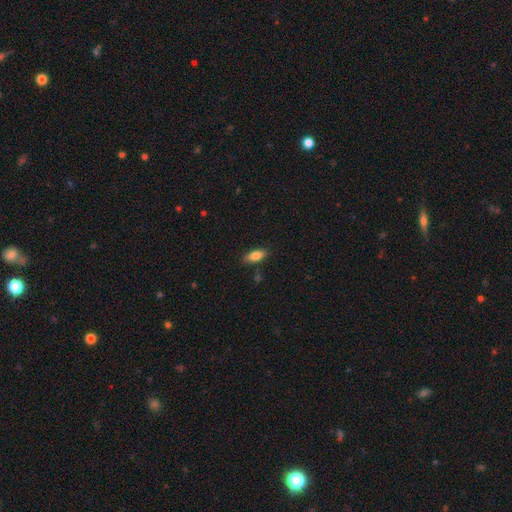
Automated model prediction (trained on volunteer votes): This is clearly a smooth galaxy (83%). How rounded: clearly in between (82%). Merging: clearly none (82%).